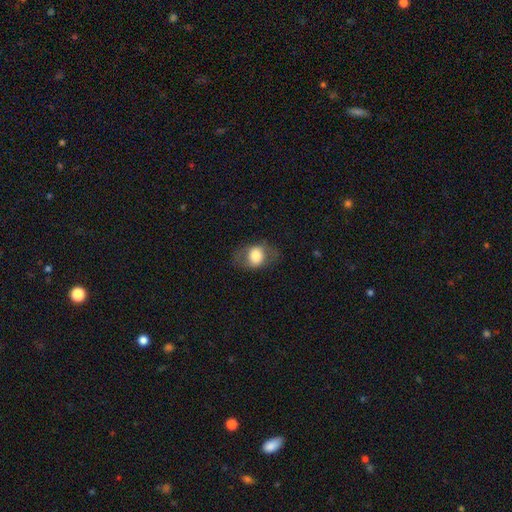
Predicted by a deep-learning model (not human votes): Smooth or featured? smooth (69%)
How rounded? in between (64%)
Merging? none (70%)